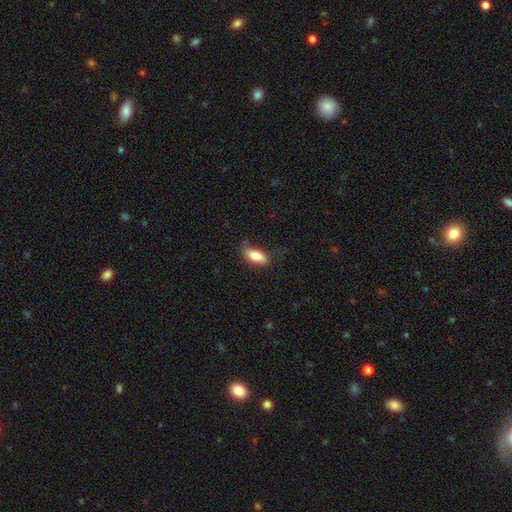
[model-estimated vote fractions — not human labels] smooth 80%, featured or disk 13%, star or artifact 7%. Down the decision tree: how rounded — in between (82%); merging — none (63%).